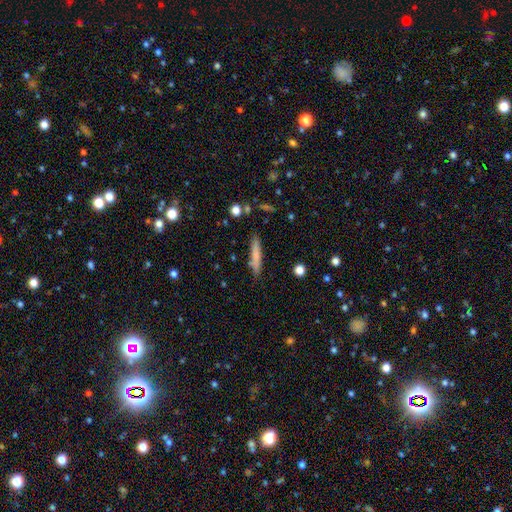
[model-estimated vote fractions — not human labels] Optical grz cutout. It shows a smooth galaxy with no disk features (73%) that is cigar-shaped (91%). Merging: none (83%).